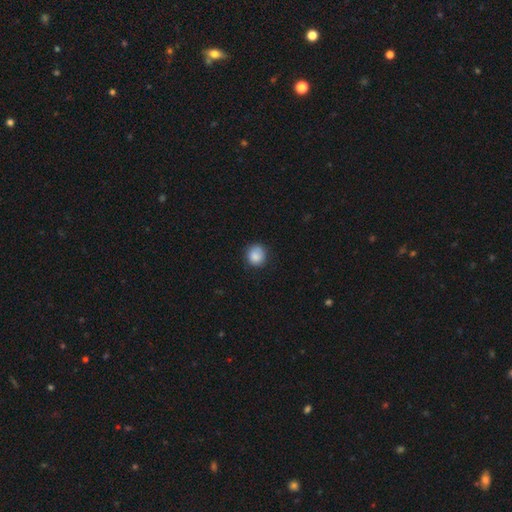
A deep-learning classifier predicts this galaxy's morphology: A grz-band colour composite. It shows a smooth galaxy with no disk features (86%) that is round (85%). Merging: none (80%).